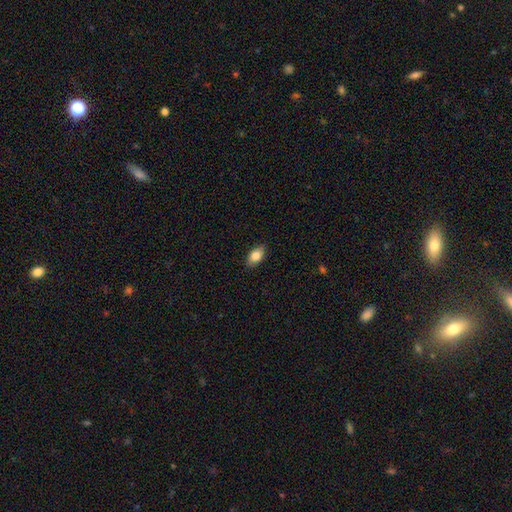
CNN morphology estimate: Smooth or featured? smooth (82%)
How rounded? in between (90%)
Merging? none (87%)